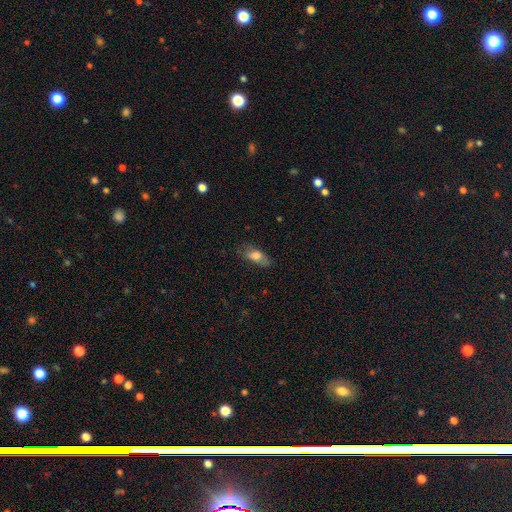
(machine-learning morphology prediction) This appears to be a smooth galaxy with no disk features (71%) that is in between round and cigar-shaped (78%). Merging: none (68%).